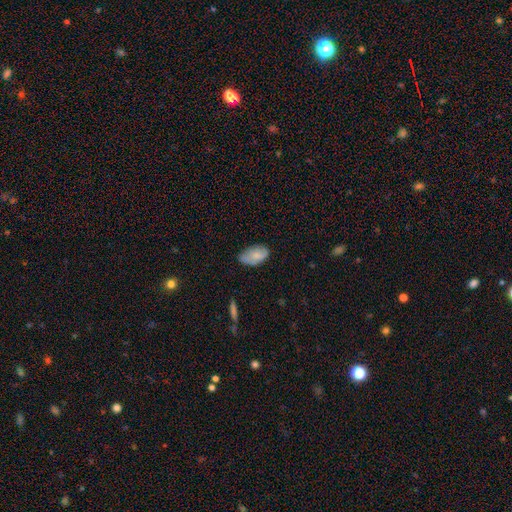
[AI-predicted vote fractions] Q: Smooth or featured?
A: smooth (76%); runner-up: featured or disk (17%)
Q: How rounded?
A: in between (93%); runner-up: round (5%)
Q: Merging?
A: none (59%); runner-up: minor disturbance (32%)